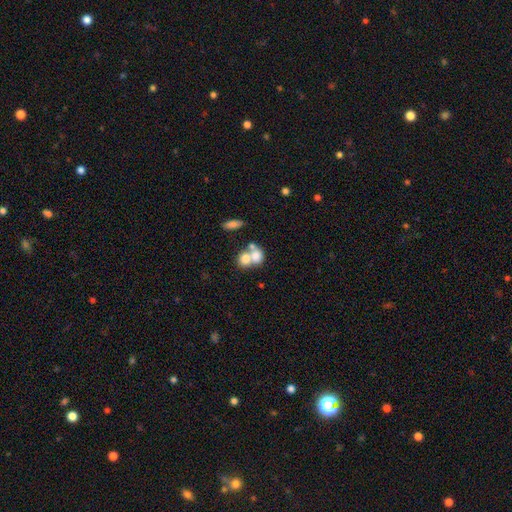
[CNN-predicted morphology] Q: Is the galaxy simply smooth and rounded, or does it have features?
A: smooth — 71%.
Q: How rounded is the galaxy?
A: round — 58%.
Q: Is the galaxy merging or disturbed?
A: merger — 65%.